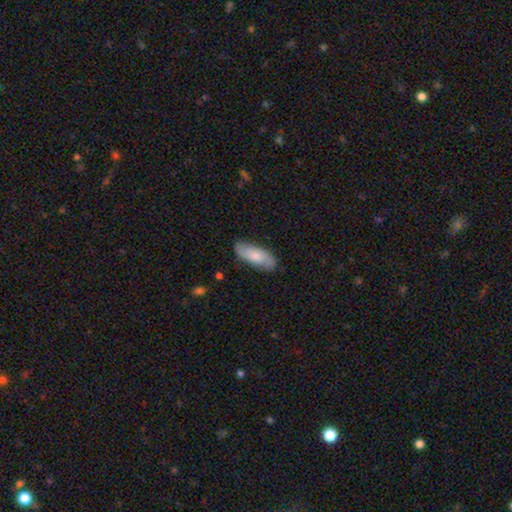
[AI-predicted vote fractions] This is likely a smooth galaxy (69%). How rounded: likely in between (77%). Merging: clearly none (81%).